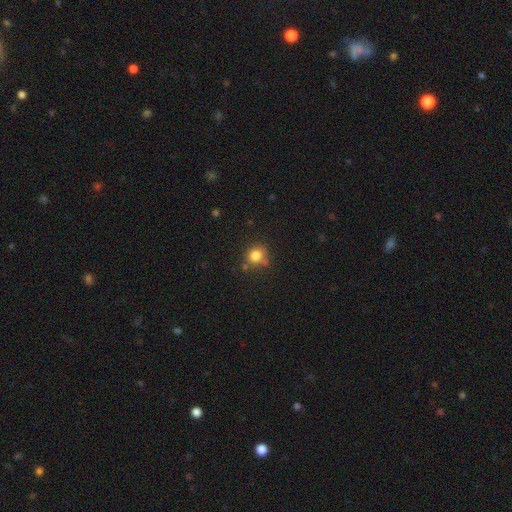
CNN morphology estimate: Smooth or featured: smooth — 81% (star or artifact — 12%)
How rounded: round — 82% (in between — 17%)
Merging: none — 68% (minor disturbance — 17%)